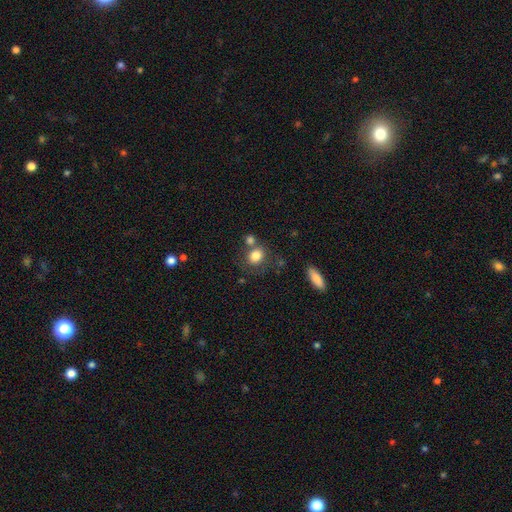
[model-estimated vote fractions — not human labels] Smooth or featured? Predicted: smooth (p=0.82). How rounded? Predicted: round (p=0.60). Merging? Predicted: none (p=0.57).